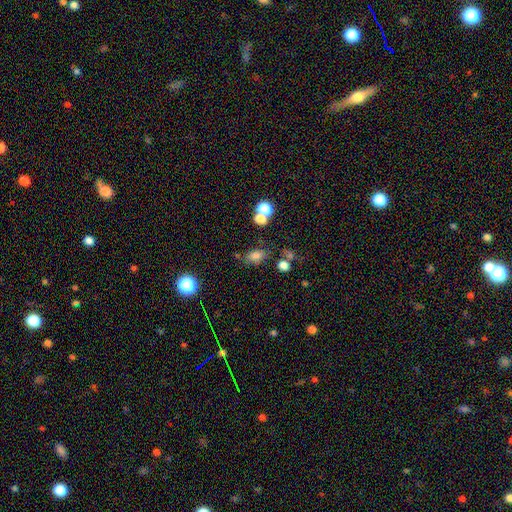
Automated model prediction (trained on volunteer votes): Overall: smooth (76%). How rounded: in between (82%). Merging: none (66%).